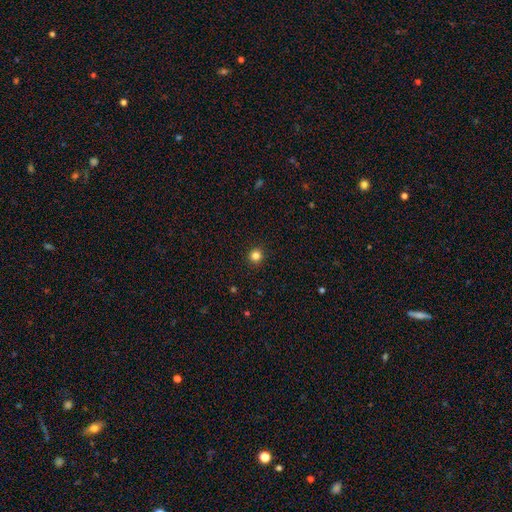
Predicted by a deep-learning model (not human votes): smooth_or_featured: smooth (p=0.83) [alt: star or artifact p=0.13]
how_rounded: round (p=0.93) [alt: in between p=0.06]
merging: none (p=0.92) [alt: minor disturbance p=0.05]